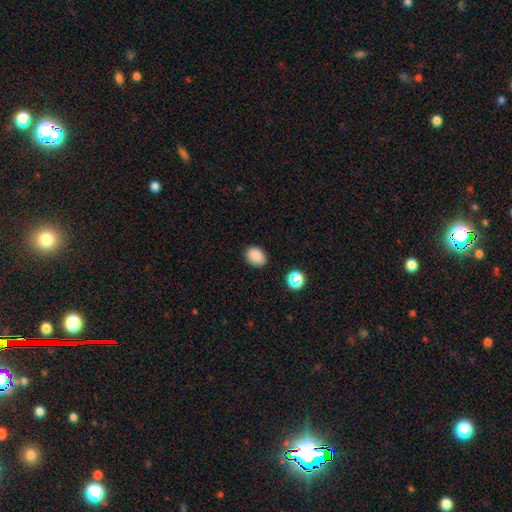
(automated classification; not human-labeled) This appears to be a smooth galaxy with no disk features (86%) that is in between round and cigar-shaped (67%). Merging: none (84%).